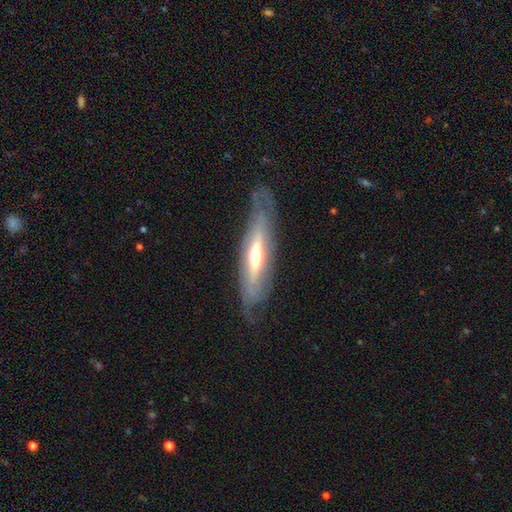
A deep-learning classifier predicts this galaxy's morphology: Smooth or featured?
  - featured or disk: 70% *
  - smooth: 25%
  - star or artifact: 6%
Edge-on disk?
  - yes: 55% *
  - no: 45%
Merging?
  - none: 70% *
  - minor disturbance: 19%
  - major disturbance: 9%
  - merger: 1%